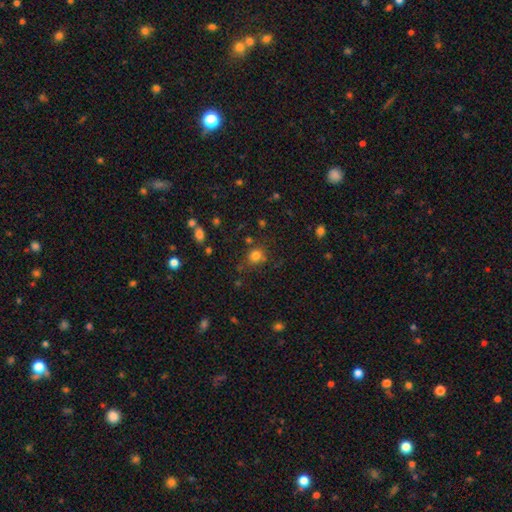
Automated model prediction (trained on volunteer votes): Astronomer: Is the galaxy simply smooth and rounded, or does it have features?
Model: smooth — 78%.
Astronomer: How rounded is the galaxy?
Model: round — 79%.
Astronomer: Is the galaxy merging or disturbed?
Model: none — 75%.